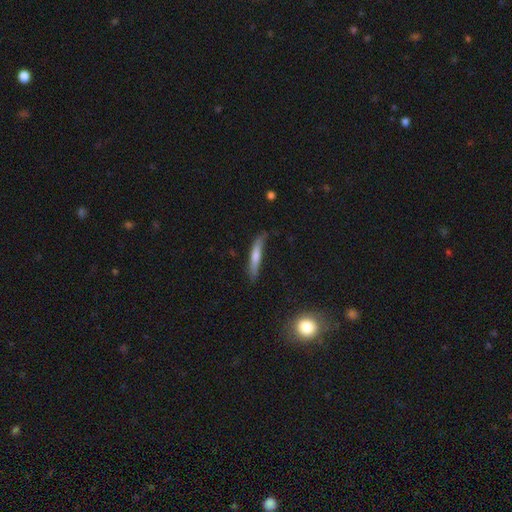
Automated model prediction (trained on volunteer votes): smooth 61%, featured or disk 32%, star or artifact 6%. Down the decision tree: how rounded — cigar-shaped (92%); merging — none (71%).